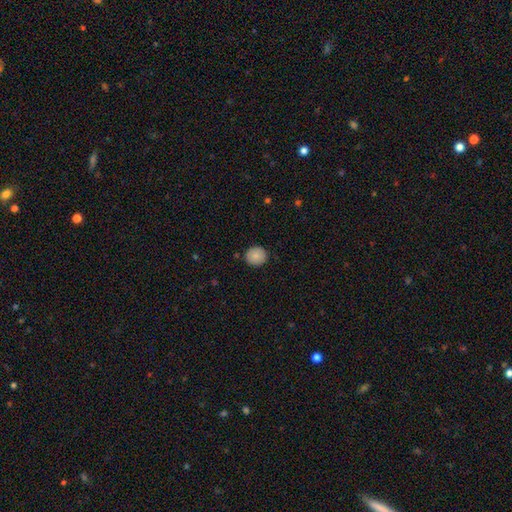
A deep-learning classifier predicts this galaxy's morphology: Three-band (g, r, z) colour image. It shows a smooth galaxy with no disk features (85%) that is round (89%). Merging: none (88%).